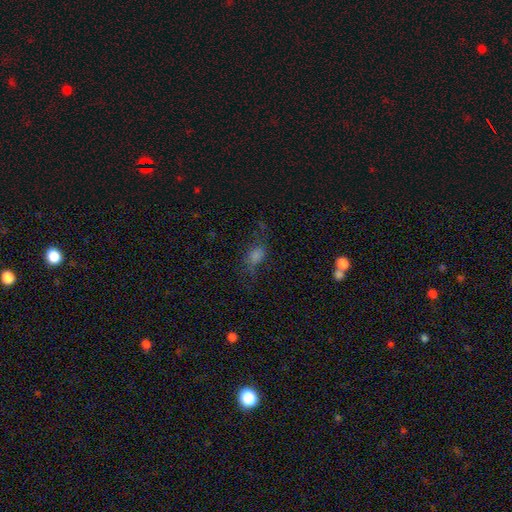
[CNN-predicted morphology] type=smooth (58%); roundness=in between (74%); merging=none (51%).